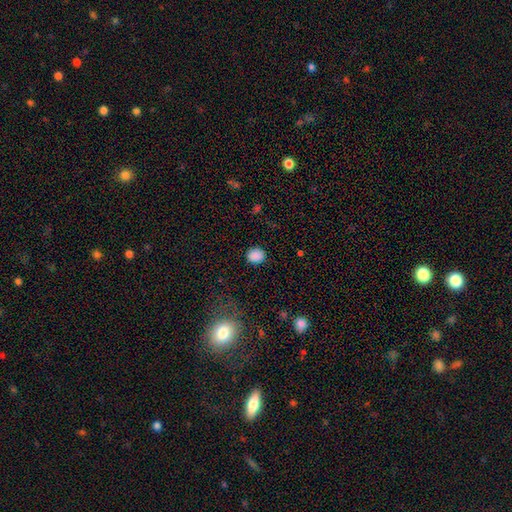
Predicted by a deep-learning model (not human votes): Overall: smooth (86%). How rounded: round (78%). Merging: none (88%).